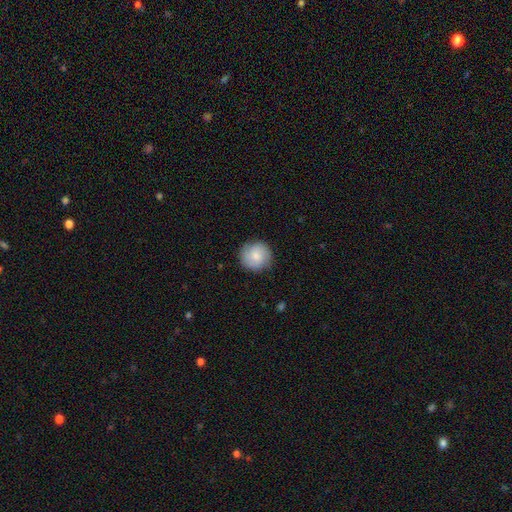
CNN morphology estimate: A smooth galaxy with no disk features (77%) that is round (93%). Merging: none (86%).